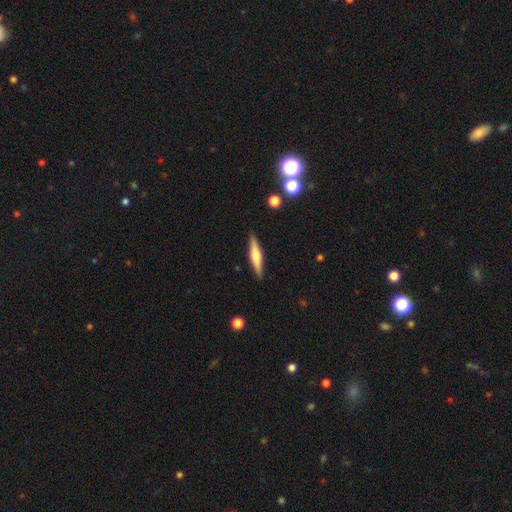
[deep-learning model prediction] smooth-or-featured: featured or disk: 59% | smooth: 35% | star or artifact: 6%
  disk-edge-on: yes: 97% | no: 3%
    edge-on-bulge: rounded: 85% | boxy: 10% | none: 5%
  merging: none: 90% | minor disturbance: 7% | major disturbance: 2% | merger: 1%